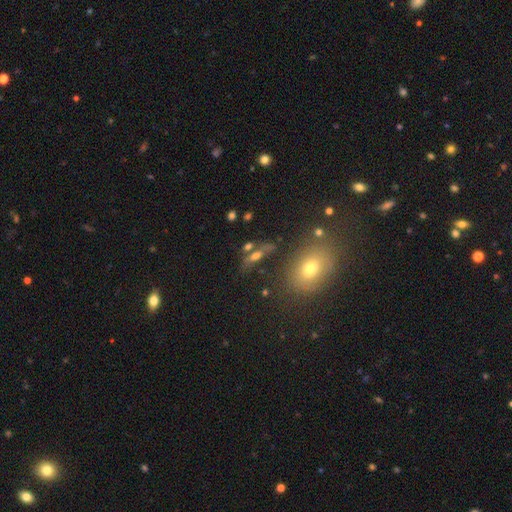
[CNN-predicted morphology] Smooth or featured: smooth — 54% (featured or disk — 29%)
How rounded: in between — 51% (cigar-shaped — 35%)
Merging: none — 58% (merger — 17%)